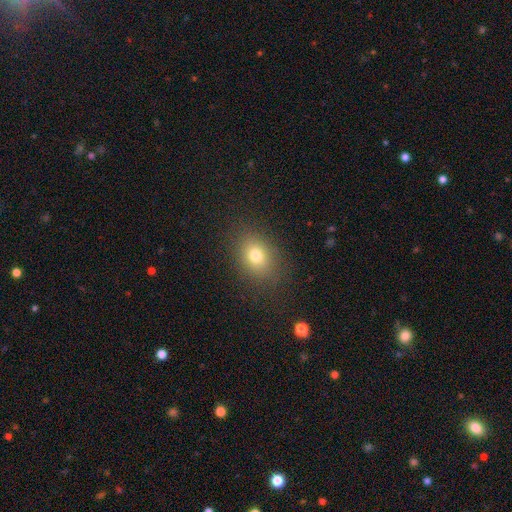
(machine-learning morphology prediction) Smooth or featured: smooth — 76% (star or artifact — 14%)
How rounded: in between — 60% (round — 39%)
Merging: none — 84% (minor disturbance — 10%)